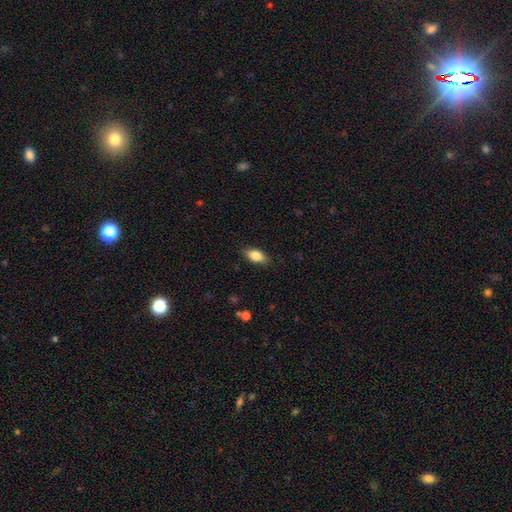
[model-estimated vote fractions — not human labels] smooth 83%, featured or disk 10%, star or artifact 7%. Down the decision tree: how rounded — in between (88%); merging — none (86%).